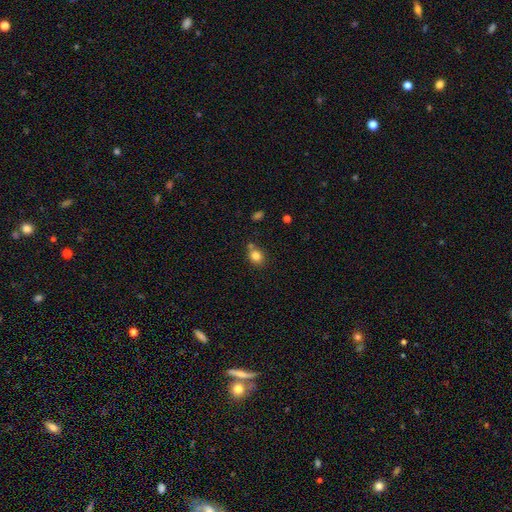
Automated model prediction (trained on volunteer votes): A smooth galaxy with no disk features (82%) that is round (65%). Merging: none (64%).